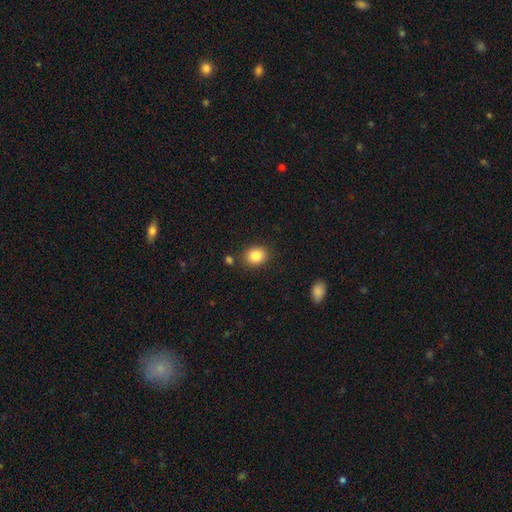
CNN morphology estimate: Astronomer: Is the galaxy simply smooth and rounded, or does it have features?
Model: smooth — 85%.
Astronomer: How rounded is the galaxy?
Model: round — 54% (runner-up: in between, 45%).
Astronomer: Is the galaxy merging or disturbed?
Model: none — 83%.